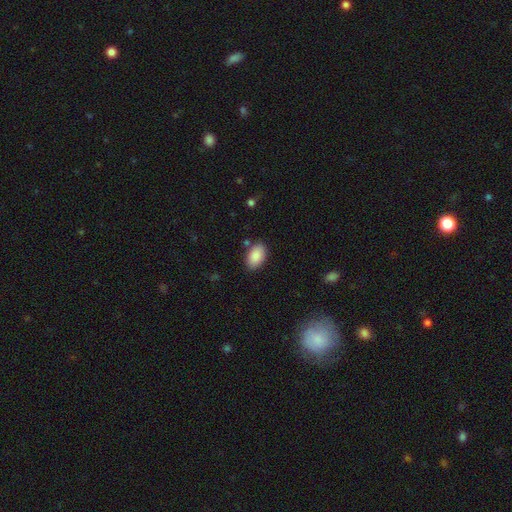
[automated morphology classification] This is clearly a smooth galaxy (89%). How rounded: clearly in between (93%). Merging: clearly none (82%).